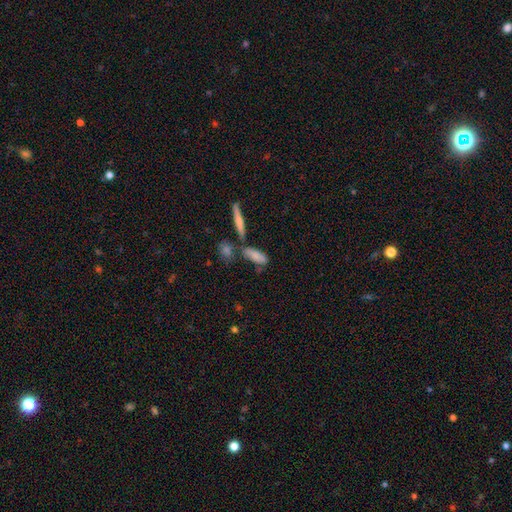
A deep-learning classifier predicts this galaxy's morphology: This is likely a smooth galaxy (74%). How rounded: possibly in between (59%). Merging: possibly none (53%).